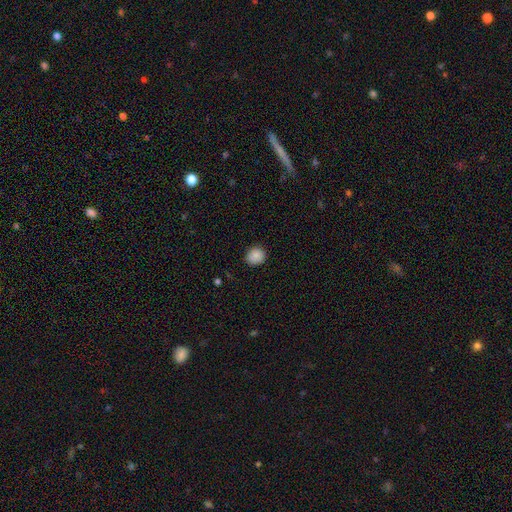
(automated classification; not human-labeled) Smooth or featured? smooth (88%)
How rounded? round (84%)
Merging? none (85%)